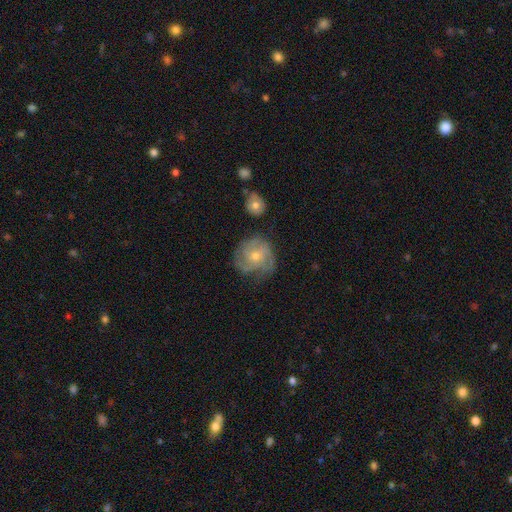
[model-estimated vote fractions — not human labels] This appears to be a featured or disk galaxy (74%) with no bar (74%), 3 (36%) tight (53%) spiral arms (91%) and a small central bulge (56%). Merging: none (69%).